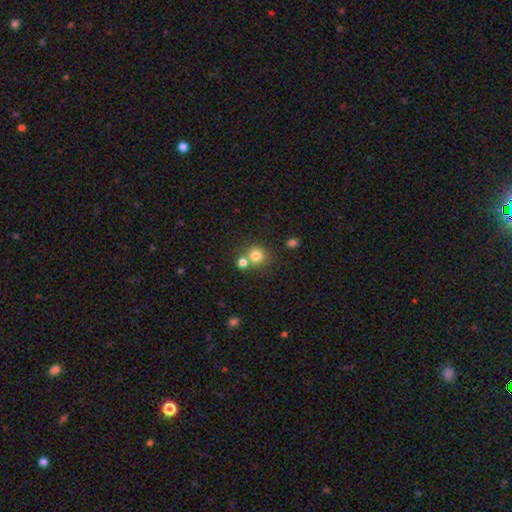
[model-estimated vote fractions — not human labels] A smooth galaxy with no disk features (79%) that is round (89%).

Vote fractions:
- Smooth or featured? smooth: 79% / star or artifact: 13% / featured or disk: 8%
- How rounded? round: 89% / in between: 10% / cigar-shaped: 1%
- Merging? none: 60% / merger: 29% / minor disturbance: 8% / major disturbance: 3%